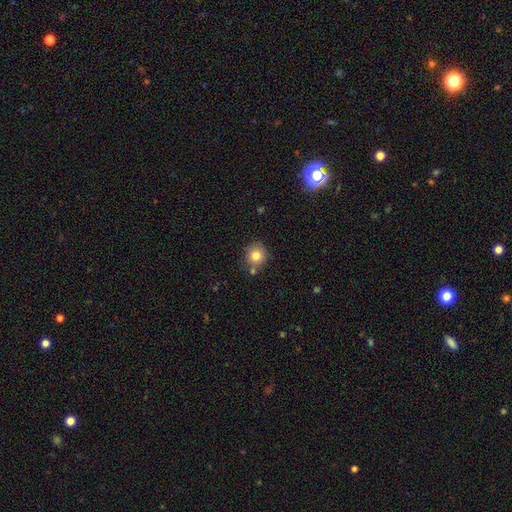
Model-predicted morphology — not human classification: Smooth or featured: smooth — 80% (star or artifact — 11%)
How rounded: round — 89% (in between — 10%)
Merging: none — 75% (minor disturbance — 11%)